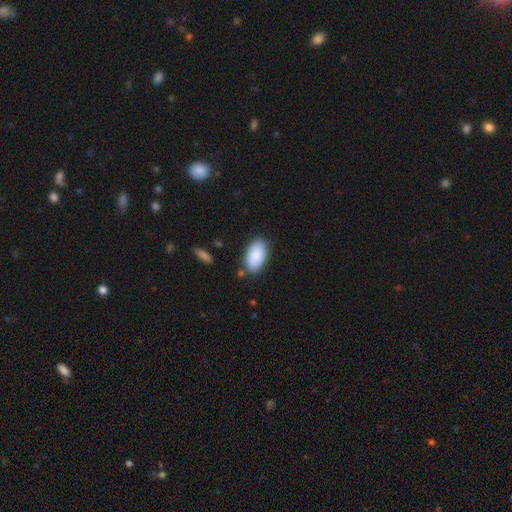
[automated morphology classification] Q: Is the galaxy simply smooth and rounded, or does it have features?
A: smooth — 89%.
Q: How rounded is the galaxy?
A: in between — 95%.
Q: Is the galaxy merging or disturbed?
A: none — 82%.